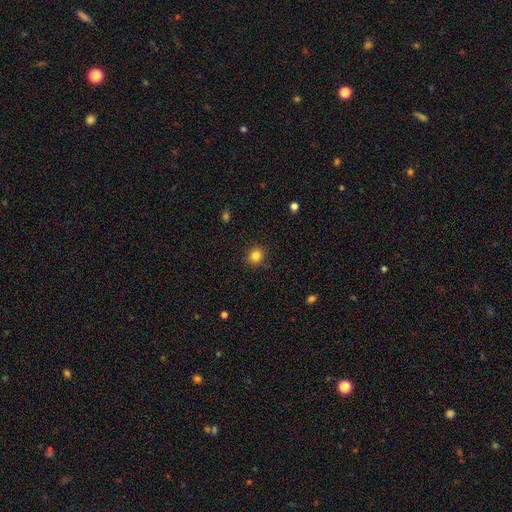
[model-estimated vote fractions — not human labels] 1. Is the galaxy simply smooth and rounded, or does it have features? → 83% smooth, 12% star or artifact, 5% featured or disk.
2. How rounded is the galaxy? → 86% round, 13% in between, 1% cigar-shaped.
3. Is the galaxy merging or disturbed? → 89% none, 7% minor disturbance, 2% major disturbance, 1% merger.